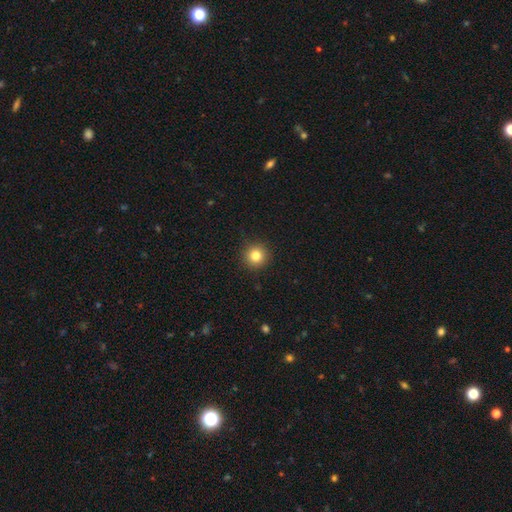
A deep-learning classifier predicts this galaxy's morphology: The model was most divided on "smooth or featured": smooth: 82%, star or artifact: 12%, featured or disk: 6%. More confident: how rounded — round (95%); merging — none (92%).